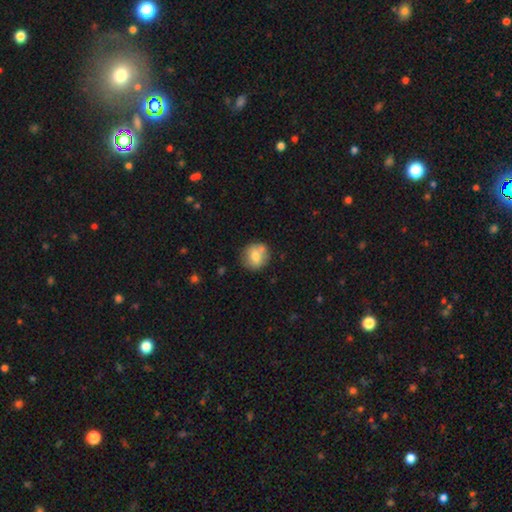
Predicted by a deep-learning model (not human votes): Morphology: type=smooth (72%); roundness=round (87%); merging=none (71%).